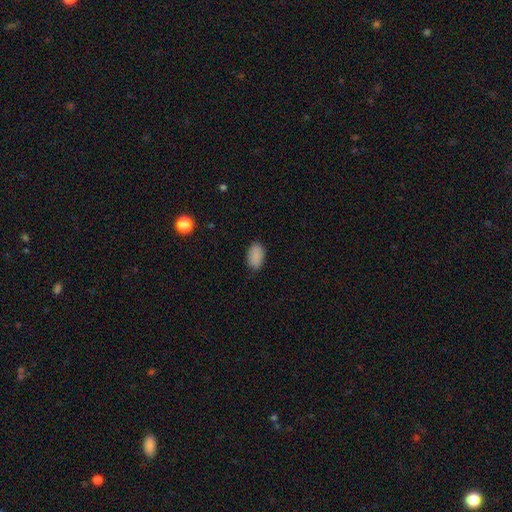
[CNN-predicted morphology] A smooth galaxy with no disk features (88%) that is in between round and cigar-shaped (92%).

Vote fractions:
- Smooth or featured? smooth: 88% / star or artifact: 8% / featured or disk: 3%
- How rounded? in between: 92% / round: 7% / cigar-shaped: 1%
- Merging? none: 85% / minor disturbance: 12% / major disturbance: 2% / merger: 1%